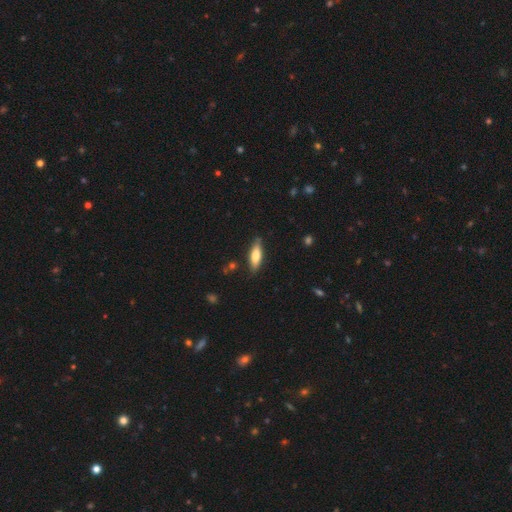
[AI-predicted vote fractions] This is likely a smooth galaxy (67%). How rounded: possibly cigar-shaped (50%). Merging: clearly none (83%).